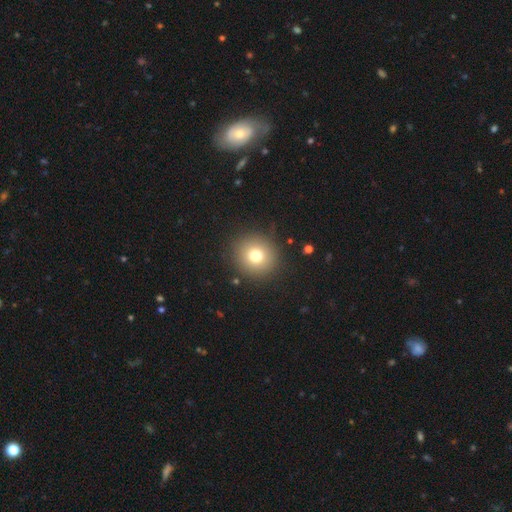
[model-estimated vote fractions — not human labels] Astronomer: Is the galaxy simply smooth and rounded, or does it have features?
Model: smooth — 75%.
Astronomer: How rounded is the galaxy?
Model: round — 93%.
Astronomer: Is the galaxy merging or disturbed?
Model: none — 89%.